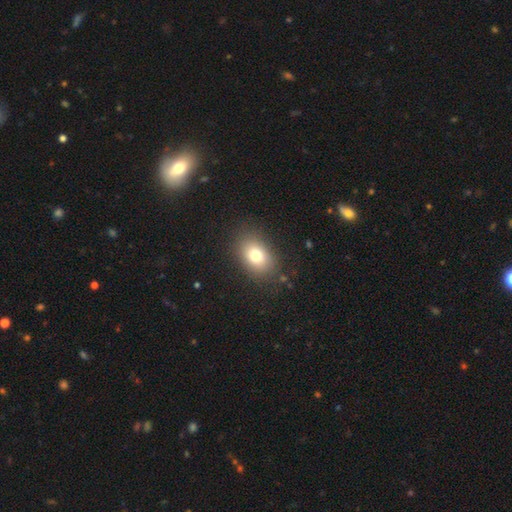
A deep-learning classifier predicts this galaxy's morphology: This is likely a smooth galaxy (76%). How rounded: likely in between (75%). Merging: clearly none (84%).